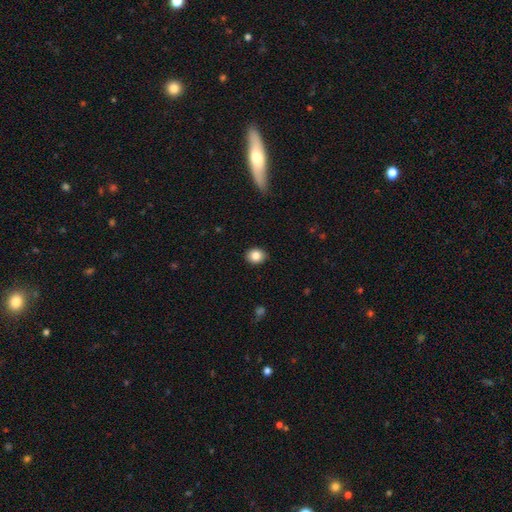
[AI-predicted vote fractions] Smooth or featured? Predicted: smooth (p=0.85). How rounded? Predicted: round (p=0.56). Merging? Predicted: none (p=0.90).